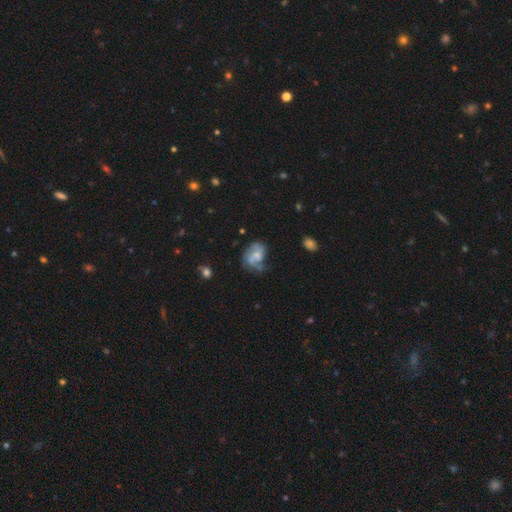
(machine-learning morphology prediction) This appears to be a featured or disk galaxy (62%) with no bar (68%), spiral arms (75%) and a moderate central bulge (38%, tied with small). Merging: none (44%).